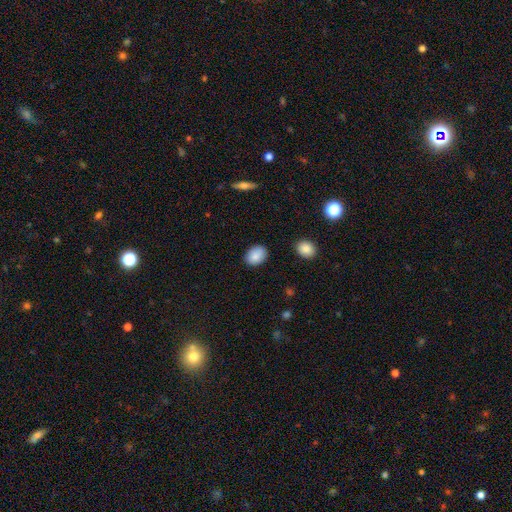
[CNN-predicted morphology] The model was most divided on "how rounded": in between: 71%, round: 28%, cigar-shaped: 1%. More confident: smooth or featured — smooth (88%); merging — none (87%).